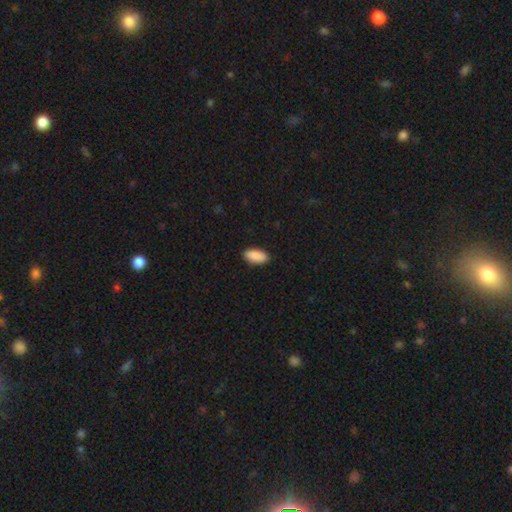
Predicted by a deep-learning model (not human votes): A smooth galaxy with no disk features (91%) that is in between round and cigar-shaped (92%). Merging: none (90%).